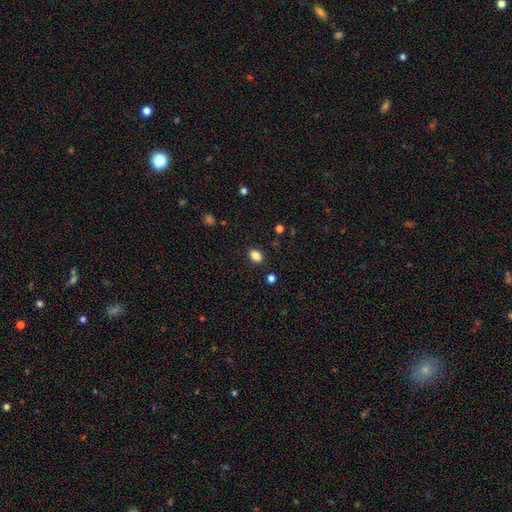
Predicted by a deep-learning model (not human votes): Overall: smooth (85%). How rounded: in between (78%). Merging: none (87%).